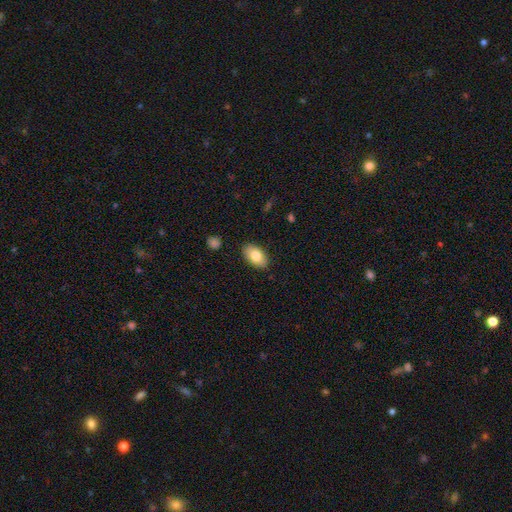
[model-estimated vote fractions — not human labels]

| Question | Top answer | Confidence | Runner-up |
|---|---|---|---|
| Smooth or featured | smooth | 80% | featured or disk (13%) |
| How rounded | in between | 93% | round (5%) |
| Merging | none | 87% | minor disturbance (9%) |